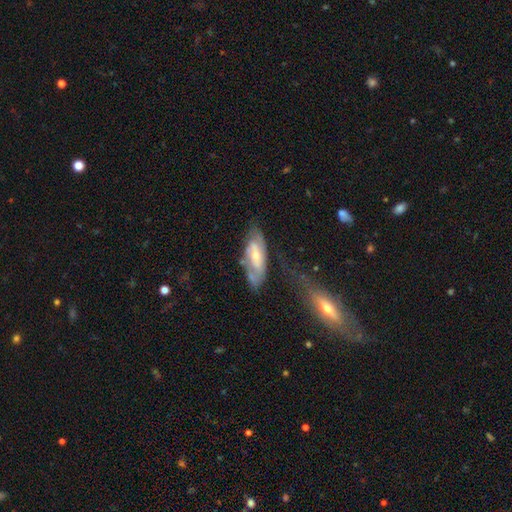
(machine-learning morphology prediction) smooth_or_featured: featured or disk (p=0.64) [alt: smooth p=0.29]
disk_edge_on: no (p=0.87) [alt: yes p=0.13]
bar: no (p=0.48) [alt: weak p=0.37]
has_spiral_arms: yes (p=0.76) [alt: no p=0.24]
bulge_size: small (p=0.52) [alt: moderate p=0.41]
merging: none (p=0.47) [alt: minor disturbance p=0.26]